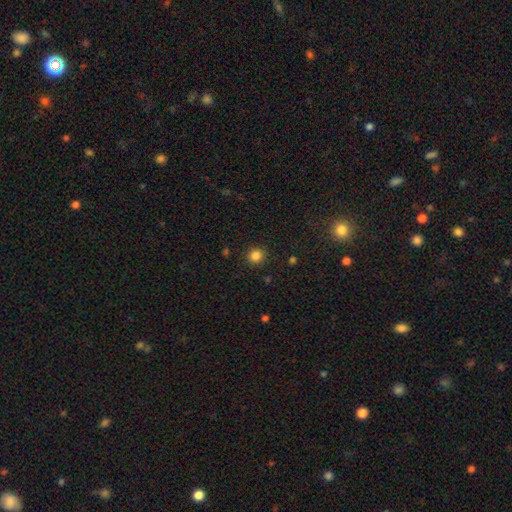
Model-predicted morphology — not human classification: smooth_or_featured: smooth (p=0.85) [alt: star or artifact p=0.12]
how_rounded: round (p=0.92) [alt: in between p=0.07]
merging: none (p=0.90) [alt: minor disturbance p=0.06]